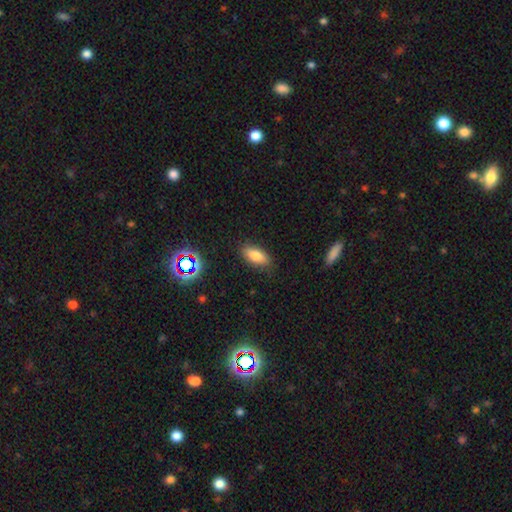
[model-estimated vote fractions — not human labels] Q: Smooth or featured?
A: smooth (79%); runner-up: featured or disk (10%)
Q: How rounded?
A: in between (82%); runner-up: cigar-shaped (14%)
Q: Merging?
A: none (84%); runner-up: minor disturbance (12%)